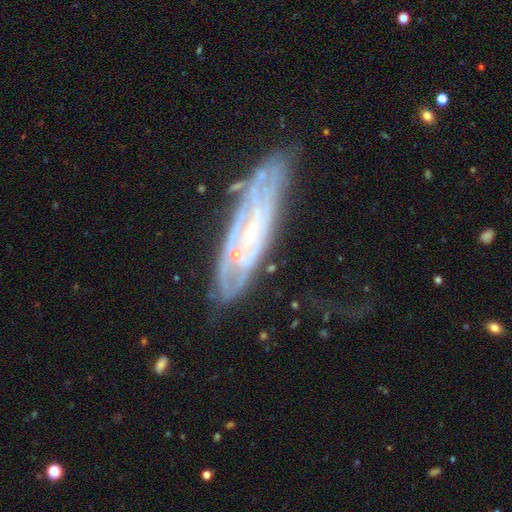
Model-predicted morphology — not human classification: This appears to be a featured or disk galaxy (77%) with no bar (59%), spiral arms (75%) and a small central bulge (72%). Merging: none (61%).